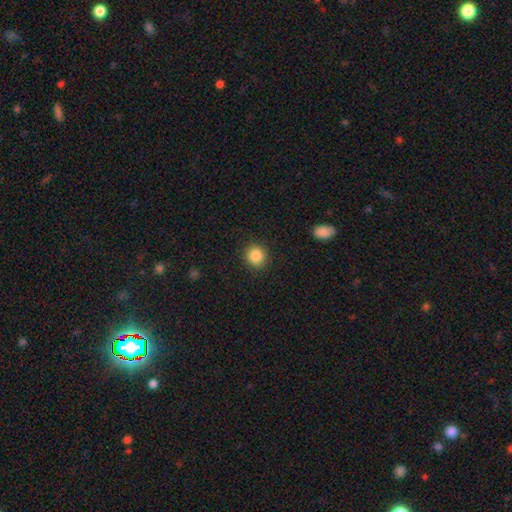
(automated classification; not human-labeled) smooth-or-featured: smooth: 86% | star or artifact: 10% | featured or disk: 5%
  how-rounded: round: 88% | in between: 11% | cigar-shaped: 1%
  merging: none: 90% | minor disturbance: 6% | major disturbance: 2% | merger: 1%